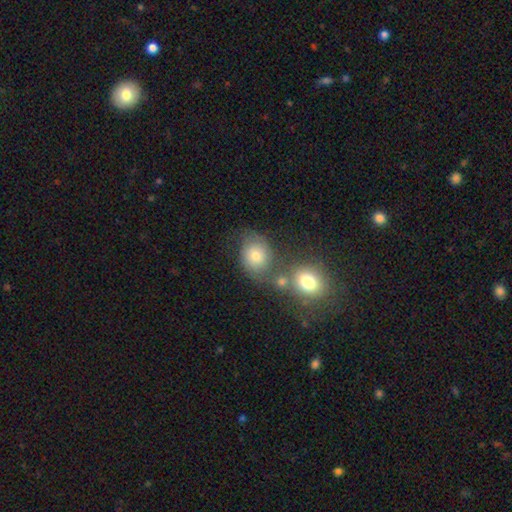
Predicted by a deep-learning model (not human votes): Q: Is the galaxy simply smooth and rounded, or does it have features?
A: smooth — 61%.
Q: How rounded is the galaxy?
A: round — 67%.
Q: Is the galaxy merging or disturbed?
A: none — 49%.